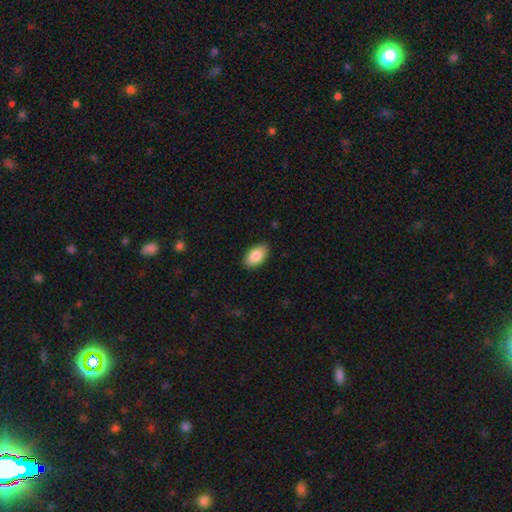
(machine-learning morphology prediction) type=smooth (86%); roundness=in between (95%); merging=none (88%).